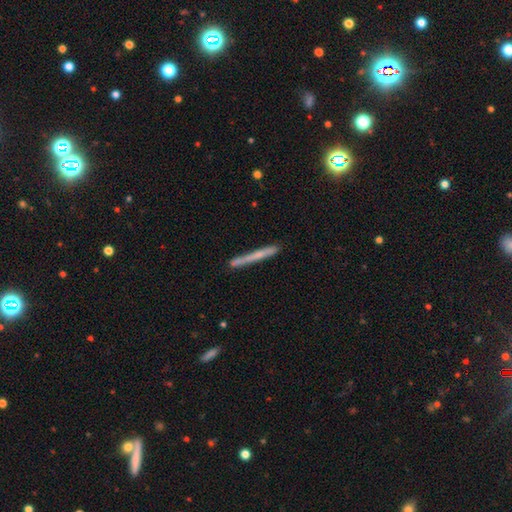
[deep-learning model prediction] smooth_or_featured: smooth (p=0.50) [alt: featured or disk p=0.43]
how_rounded: cigar-shaped (p=0.97) [alt: in between p=0.02]
merging: none (p=0.82) [alt: minor disturbance p=0.12]